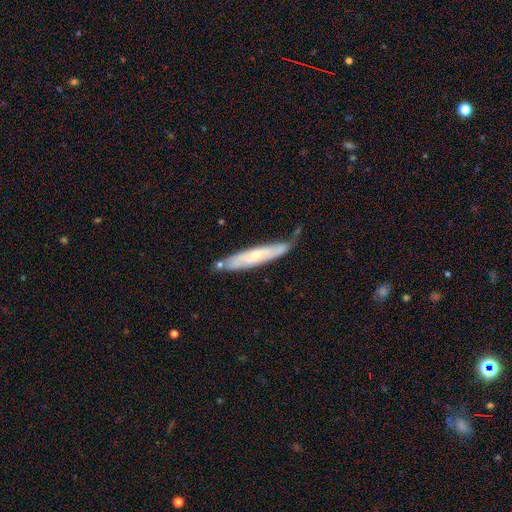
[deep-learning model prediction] Smooth or featured?
  - featured or disk: 53% *
  - smooth: 41%
  - star or artifact: 6%
Edge-on disk?
  - yes: 56% *
  - no: 44%
Merging?
  - none: 58% *
  - minor disturbance: 28%
  - merger: 8%
  - major disturbance: 6%